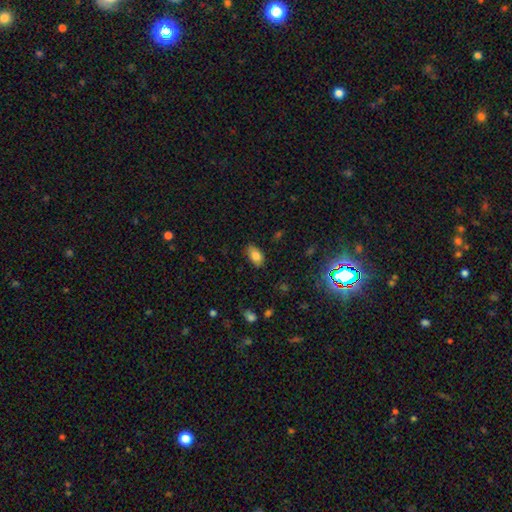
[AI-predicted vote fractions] Smooth or featured? smooth (81%)
How rounded? in between (91%)
Merging? none (82%)